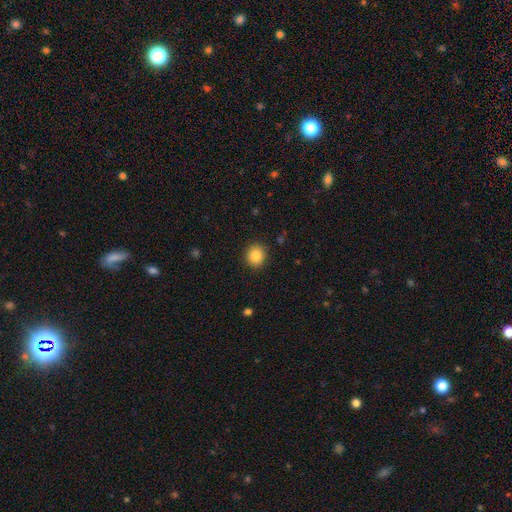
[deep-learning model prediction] The model was most divided on "how rounded": round: 85%, in between: 14%, cigar-shaped: 1%. More confident: merging — none (90%); smooth or featured — smooth (86%).